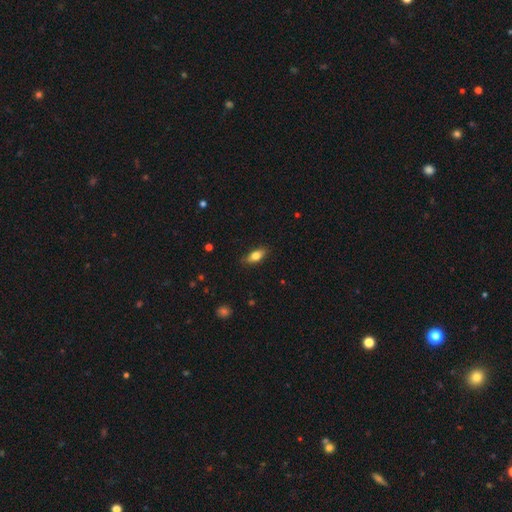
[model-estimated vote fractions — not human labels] Q: Smooth or featured?
A: smooth (75%); runner-up: featured or disk (18%)
Q: How rounded?
A: in between (82%); runner-up: cigar-shaped (14%)
Q: Merging?
A: none (84%); runner-up: minor disturbance (13%)